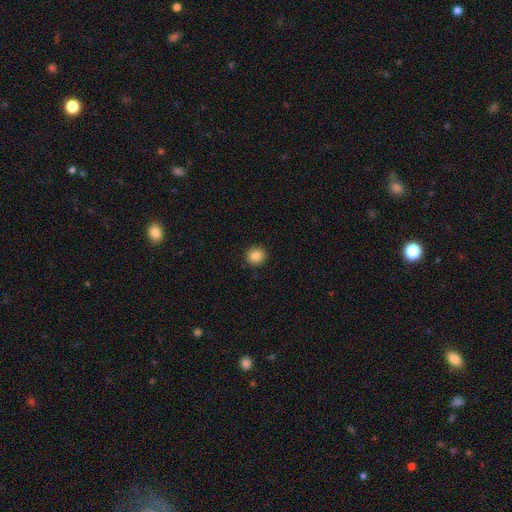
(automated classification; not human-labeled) The model was most divided on "smooth or featured": smooth: 85%, star or artifact: 10%, featured or disk: 5%. More confident: merging — none (92%); how rounded — round (88%).